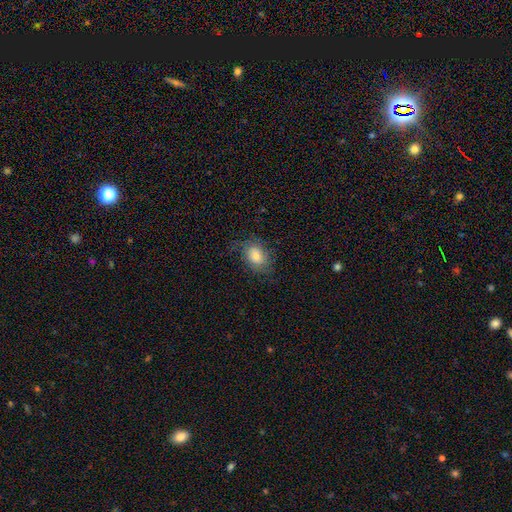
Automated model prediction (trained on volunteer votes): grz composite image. It shows a smooth galaxy with no disk features (69%) that is in between round and cigar-shaped (73%). Merging: none (67%).